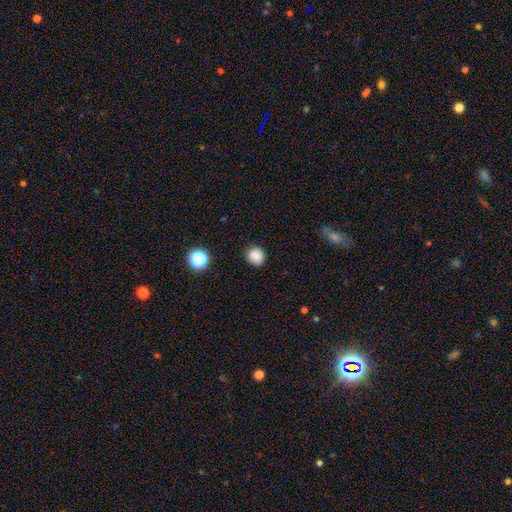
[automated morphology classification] Smooth or featured: smooth — 84% (star or artifact — 11%)
How rounded: round — 83% (in between — 16%)
Merging: none — 88% (minor disturbance — 9%)